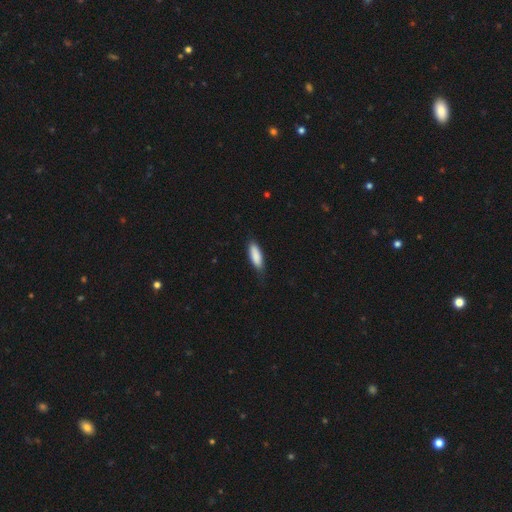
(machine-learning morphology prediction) This is clearly a smooth galaxy (88%). How rounded: possibly in between (56%). Merging: likely none (75%).